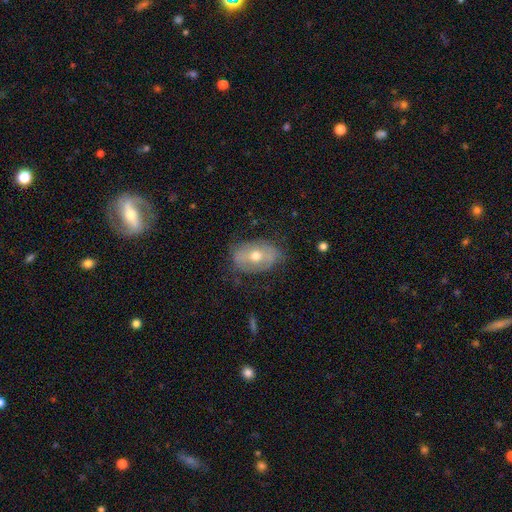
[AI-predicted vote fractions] Q: Smooth or featured?
A: featured or disk (52%); runner-up: smooth (40%)
Q: Edge-on disk?
A: no (91%); runner-up: yes (9%)
Q: Merging?
A: none (71%); runner-up: minor disturbance (21%)